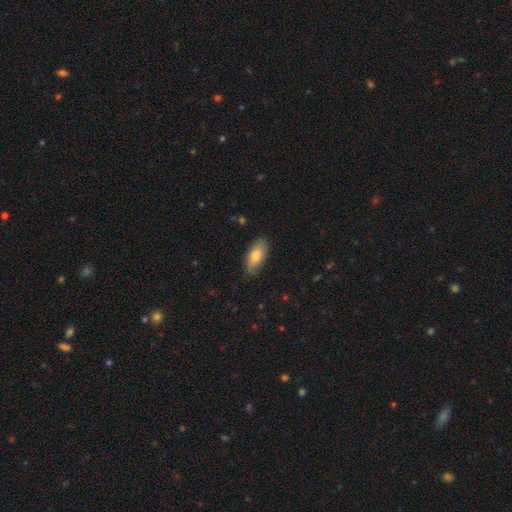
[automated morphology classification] Smooth or featured? Predicted: smooth (p=0.77). How rounded? Predicted: in between (p=0.89). Merging? Predicted: none (p=0.82).